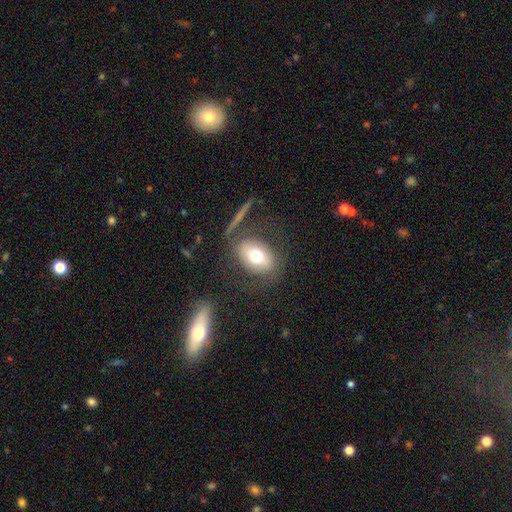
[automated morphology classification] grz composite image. It shows a smooth galaxy with no disk features (67%) that is in between round and cigar-shaped (72%). Merging: none (70%).